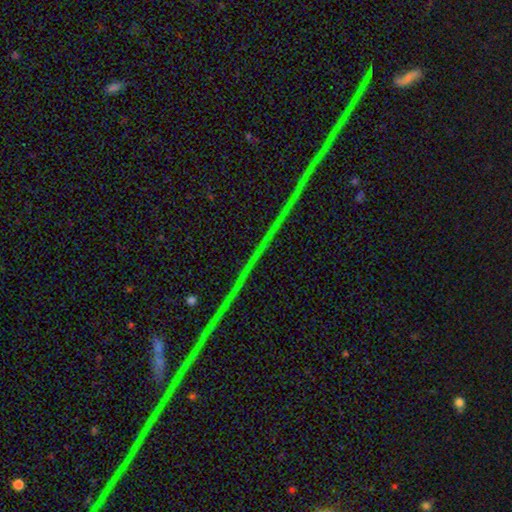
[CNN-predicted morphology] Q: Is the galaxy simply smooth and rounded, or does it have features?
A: star or artifact — 82%.